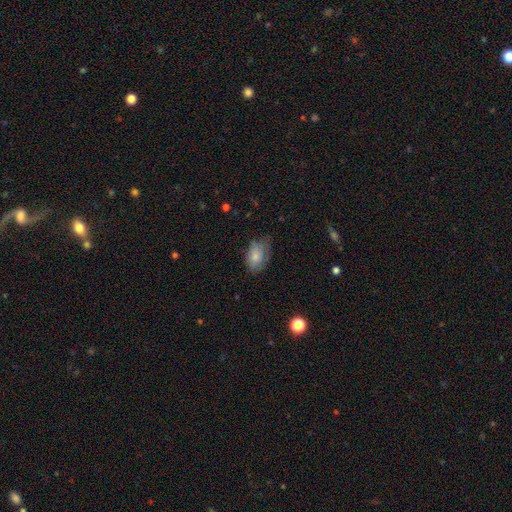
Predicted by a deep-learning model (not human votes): A smooth galaxy with no disk features (74%) that is in between round and cigar-shaped (86%).

Vote fractions:
- Smooth or featured? smooth: 74% / featured or disk: 18% / star or artifact: 8%
- How rounded? in between: 86% / round: 13% / cigar-shaped: 1%
- Merging? none: 54% / minor disturbance: 33% / major disturbance: 11% / merger: 2%